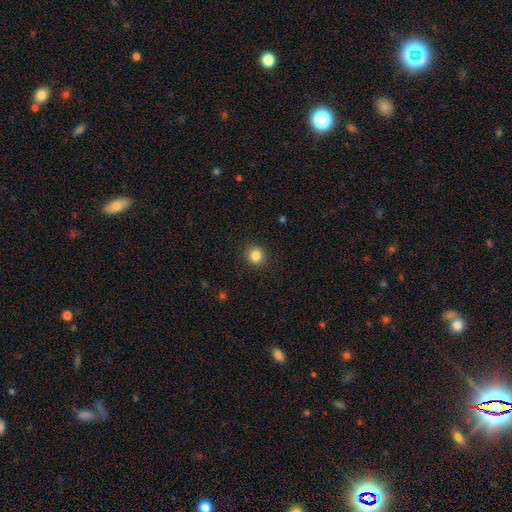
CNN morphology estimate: Q: Smooth or featured?
A: smooth (84%); runner-up: star or artifact (11%)
Q: How rounded?
A: round (93%); runner-up: in between (6%)
Q: Merging?
A: none (91%); runner-up: minor disturbance (6%)